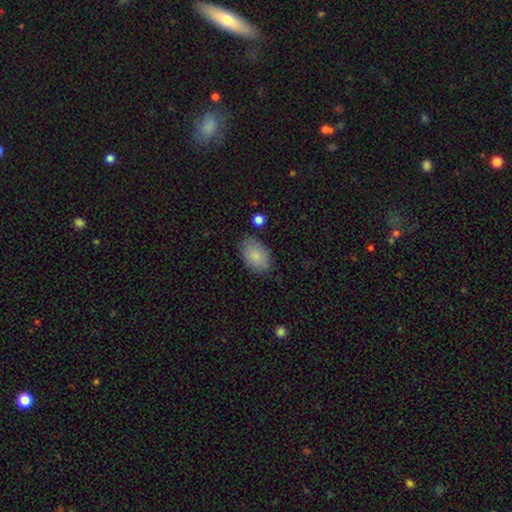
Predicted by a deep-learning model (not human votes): Smooth or featured? Predicted: smooth (p=0.86). How rounded? Predicted: in between (p=0.89). Merging? Predicted: none (p=0.80).